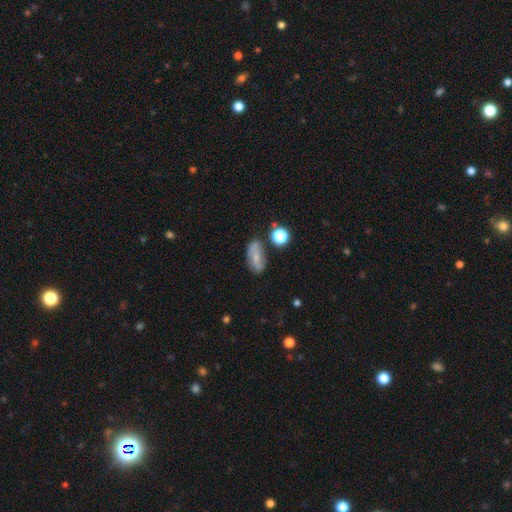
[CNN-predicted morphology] smooth 46%, featured or disk 43%, star or artifact 11%. Down the decision tree: merging — none (73%).